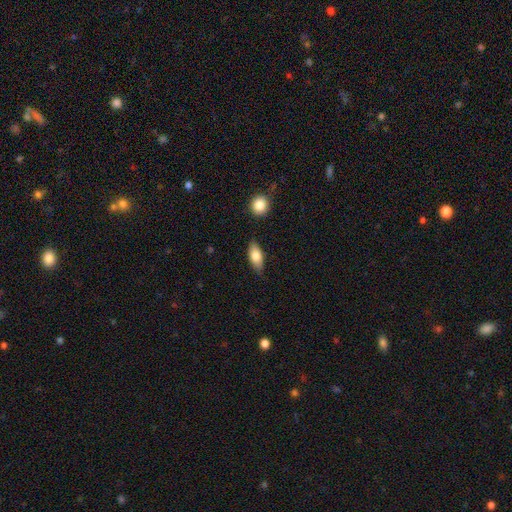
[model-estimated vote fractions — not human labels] Smooth or featured?
  - smooth: 79% *
  - featured or disk: 15%
  - star or artifact: 7%
How rounded?
  - in between: 86% *
  - cigar-shaped: 11%
  - round: 4%
Merging?
  - none: 82% *
  - minor disturbance: 12%
  - merger: 3%
  - major disturbance: 3%